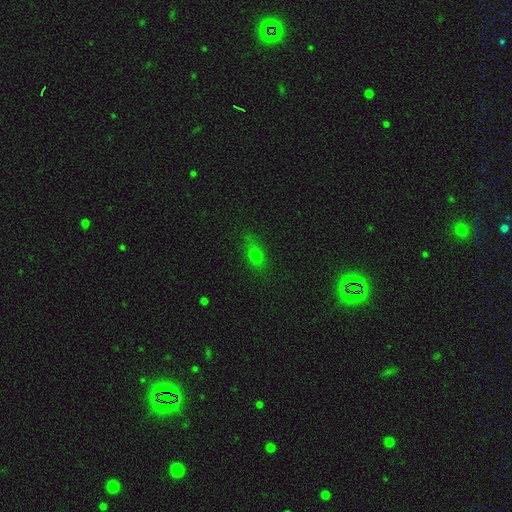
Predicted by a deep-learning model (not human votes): The model was most divided on "how rounded": in between: 67%, round: 20%, cigar-shaped: 13%. More confident: merging — none (77%); smooth or featured — smooth (70%).